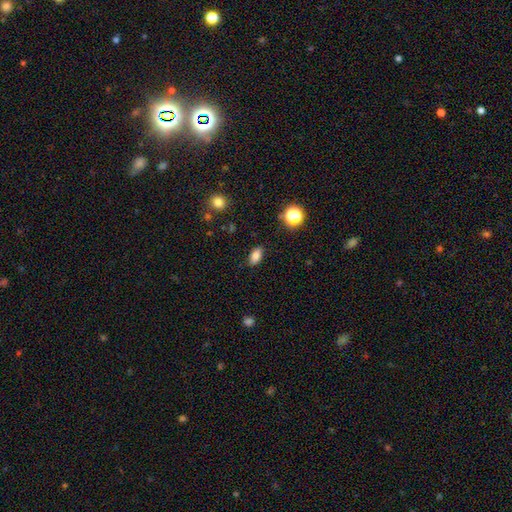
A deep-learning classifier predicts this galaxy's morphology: Smooth or featured?
  - smooth: 82% *
  - star or artifact: 11%
  - featured or disk: 7%
How rounded?
  - in between: 87% *
  - round: 8%
  - cigar-shaped: 4%
Merging?
  - none: 86% *
  - minor disturbance: 10%
  - major disturbance: 2%
  - merger: 1%